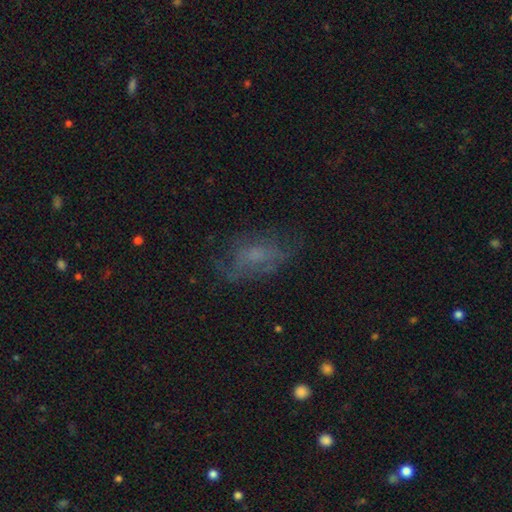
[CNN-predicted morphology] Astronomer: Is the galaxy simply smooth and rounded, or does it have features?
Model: featured or disk — 42% (runner-up: smooth, 40%).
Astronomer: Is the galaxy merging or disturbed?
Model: none — 54%.